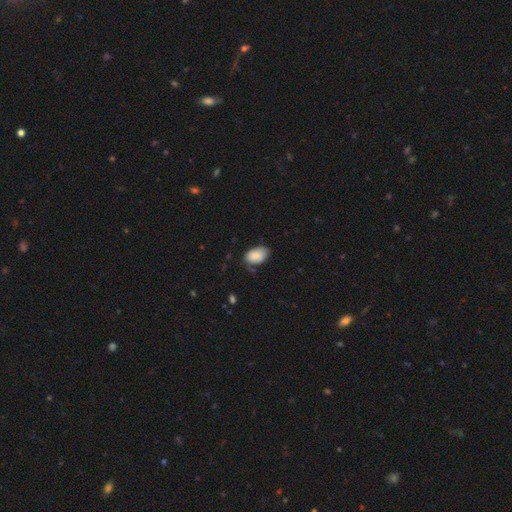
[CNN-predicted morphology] This is clearly a smooth galaxy (83%). How rounded: clearly in between (90%). Merging: possibly none (54%).